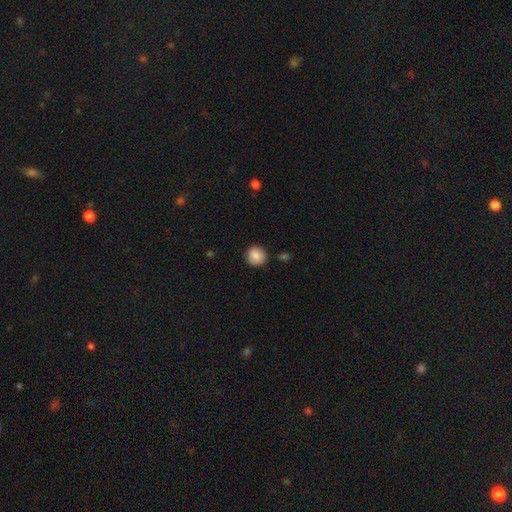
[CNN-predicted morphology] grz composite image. It shows a smooth galaxy with no disk features (87%) that is round (90%). Merging: none (87%).